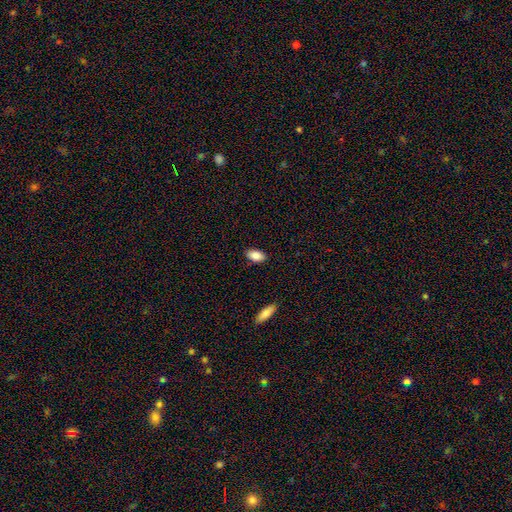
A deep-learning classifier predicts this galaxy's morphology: Q: Smooth or featured?
A: smooth (86%); runner-up: star or artifact (7%)
Q: How rounded?
A: in between (92%); runner-up: round (5%)
Q: Merging?
A: none (88%); runner-up: minor disturbance (9%)